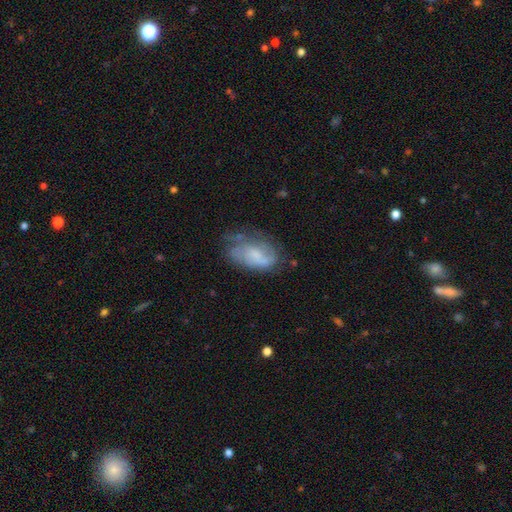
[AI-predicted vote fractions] The model was most divided on "smooth or featured": featured or disk: 47%, smooth: 45%, star or artifact: 9%. Remaining: merging — none (45%).